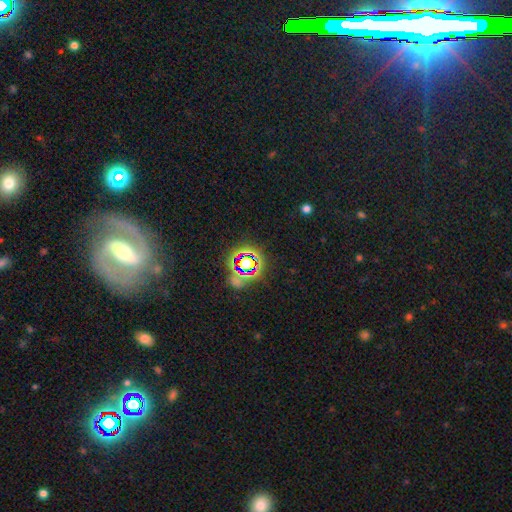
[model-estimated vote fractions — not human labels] Morphology: type=star or artifact (71%).